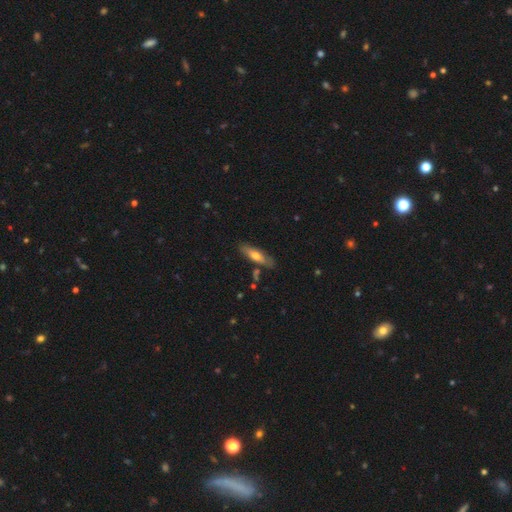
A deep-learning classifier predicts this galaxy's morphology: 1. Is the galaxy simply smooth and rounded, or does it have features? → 54% smooth, 40% featured or disk, 6% star or artifact.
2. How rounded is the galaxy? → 63% cigar-shaped, 35% in between, 2% round.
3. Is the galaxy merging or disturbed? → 79% none, 14% minor disturbance, 4% merger, 3% major disturbance.